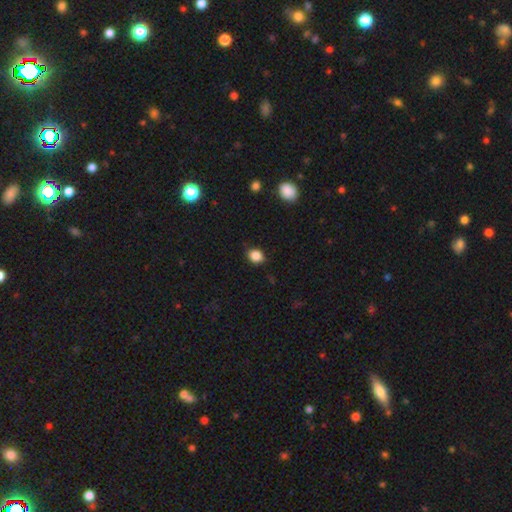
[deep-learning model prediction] smooth-or-featured: smooth: 86% | star or artifact: 10% | featured or disk: 4%
  how-rounded: round: 56% | in between: 42% | cigar-shaped: 1%
  merging: none: 84% | minor disturbance: 12% | major disturbance: 2% | merger: 1%